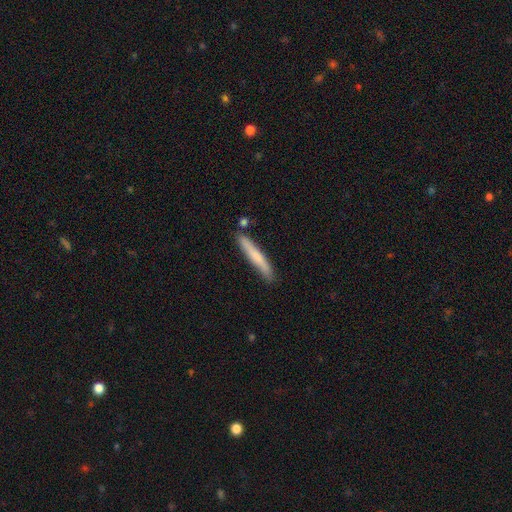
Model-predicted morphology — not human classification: Overall: smooth (65%; featured or disk 29%). How rounded: cigar-shaped (94%). Merging: none (81%).